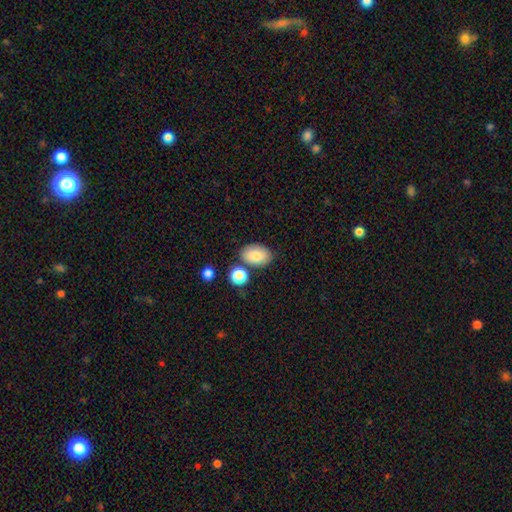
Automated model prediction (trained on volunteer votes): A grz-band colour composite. It shows a smooth galaxy with no disk features (83%) that is in between round and cigar-shaped (88%). Merging: none (75%).